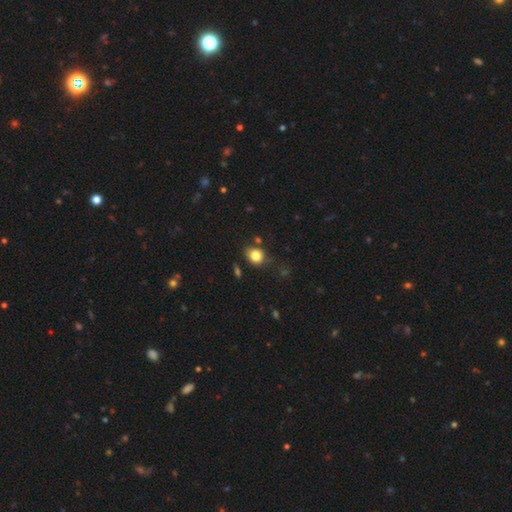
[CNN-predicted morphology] Smooth or featured? smooth (81%)
How rounded? round (58%)
Merging? none (70%)